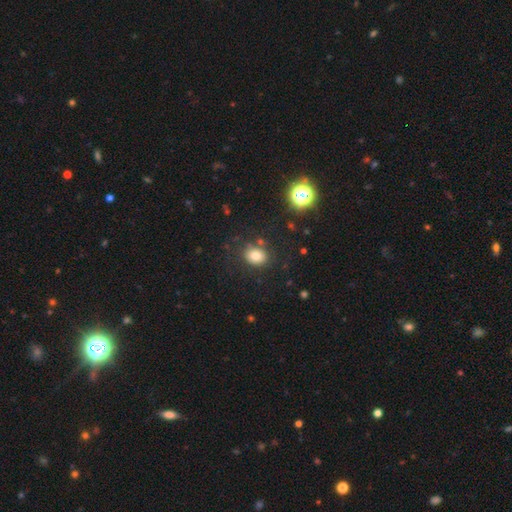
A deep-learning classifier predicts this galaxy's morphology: smooth_or_featured: smooth (p=0.78) [alt: star or artifact p=0.13]
how_rounded: in between (p=0.50) [alt: round p=0.49]
merging: none (p=0.79) [alt: minor disturbance p=0.12]